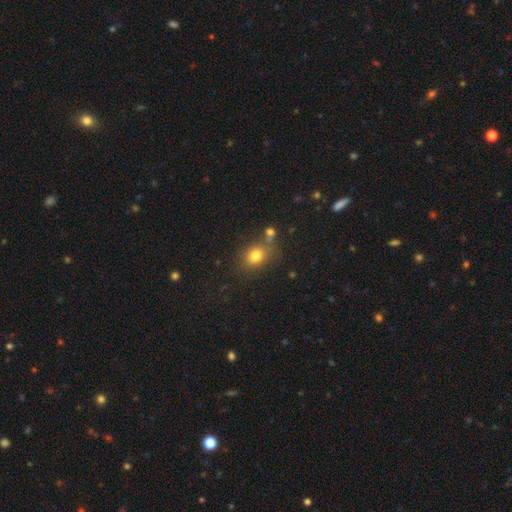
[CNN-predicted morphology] Smooth or featured: smooth — 79% (star or artifact — 13%)
How rounded: in between — 53% (round — 46%)
Merging: none — 67% (minor disturbance — 15%)